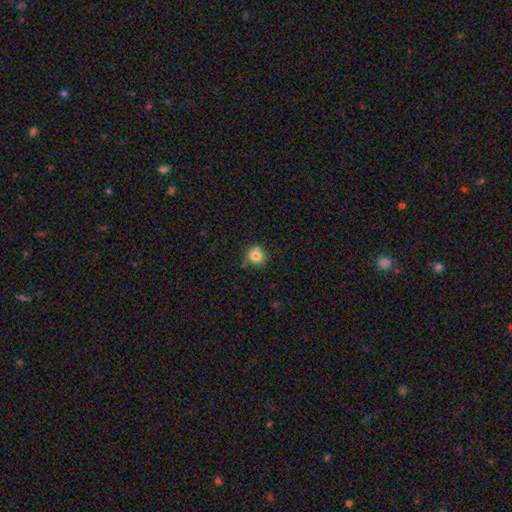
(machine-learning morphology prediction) smooth-or-featured: smooth: 83% | star or artifact: 11% | featured or disk: 7%
  how-rounded: round: 89% | in between: 10% | cigar-shaped: 1%
  merging: none: 79% | minor disturbance: 14% | merger: 4% | major disturbance: 3%